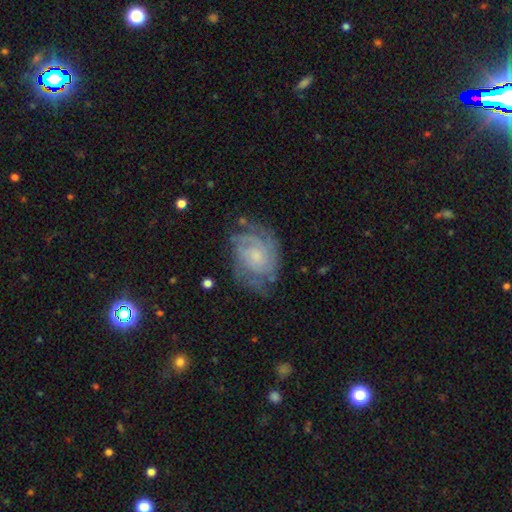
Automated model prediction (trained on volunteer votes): Morphology: type=featured or disk (75%); edge-on=no (97%); bar=no (70%); spiral arms=yes (92%); winding=tight (62%); arm count=can't tell (42%); bulge=small (53%); merging=none (68%).